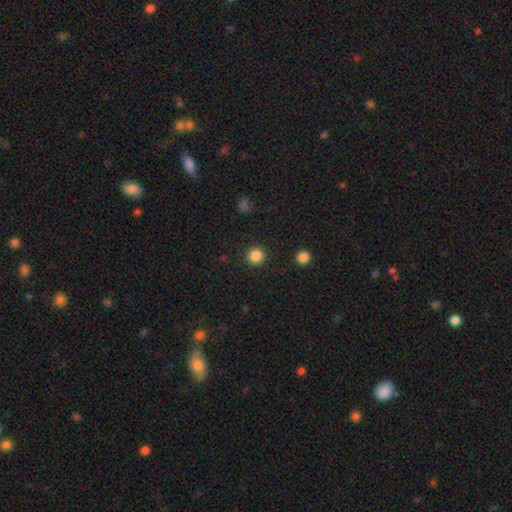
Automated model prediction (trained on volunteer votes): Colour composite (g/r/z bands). It shows a smooth galaxy with no disk features (85%) that is round (95%). Merging: none (92%).